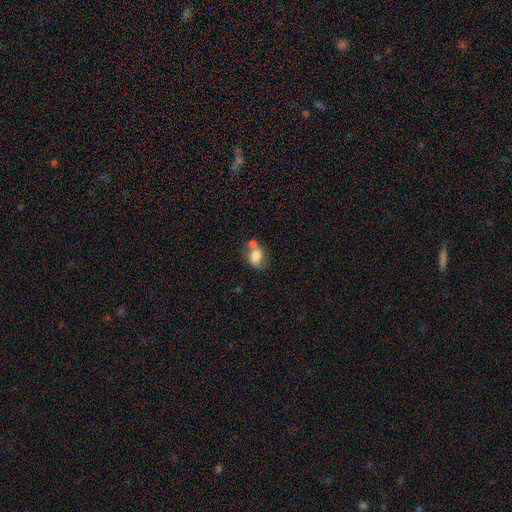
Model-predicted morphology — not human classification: Overall: smooth (72%). How rounded: in between (70%). Merging: merger (42%; none 31%).